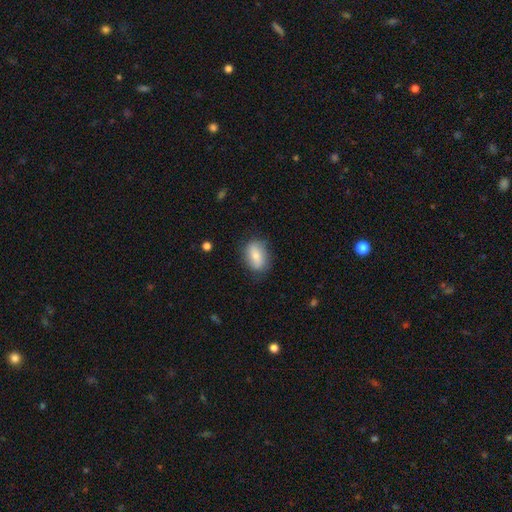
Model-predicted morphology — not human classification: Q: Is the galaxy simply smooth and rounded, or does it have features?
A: smooth — 67%.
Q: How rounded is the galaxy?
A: in between — 82%.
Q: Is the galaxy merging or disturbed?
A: none — 76%.